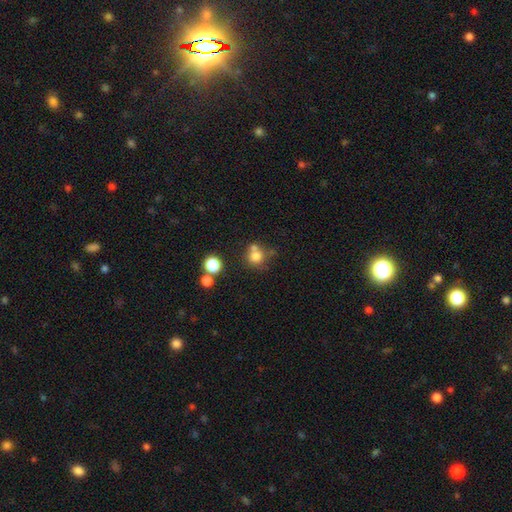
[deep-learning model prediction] Morphology: type=smooth (76%); roundness=round (88%); merging=none (55%).